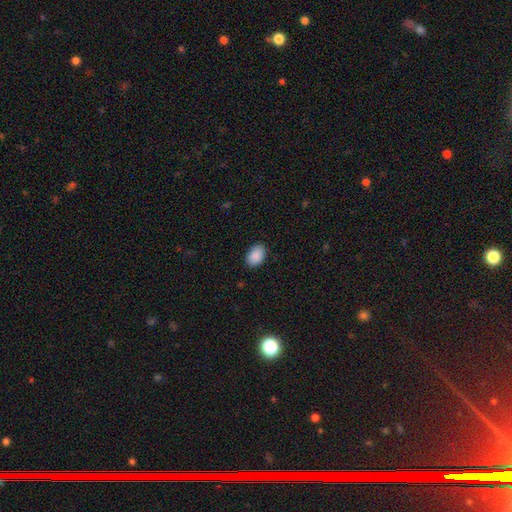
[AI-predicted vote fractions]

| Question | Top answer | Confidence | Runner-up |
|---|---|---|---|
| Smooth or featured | smooth | 90% | star or artifact (7%) |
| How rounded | in between | 89% | round (10%) |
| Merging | none | 88% | minor disturbance (9%) |